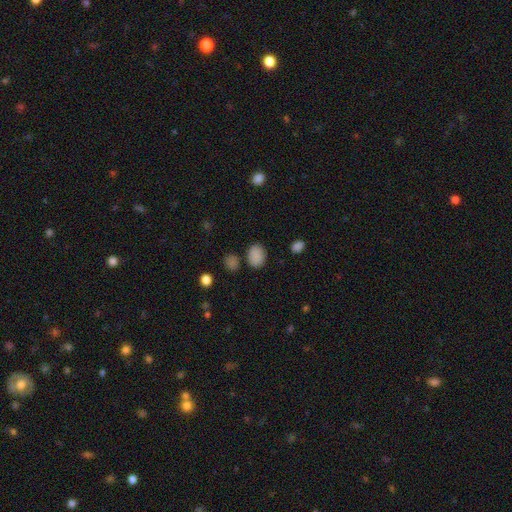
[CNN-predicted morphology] A smooth galaxy with no disk features (83%) that is in between round and cigar-shaped (74%).

Vote fractions:
- Smooth or featured? smooth: 83% / star or artifact: 12% / featured or disk: 5%
- How rounded? in between: 74% / round: 25% / cigar-shaped: 1%
- Merging? none: 78% / minor disturbance: 13% / merger: 5% / major disturbance: 4%